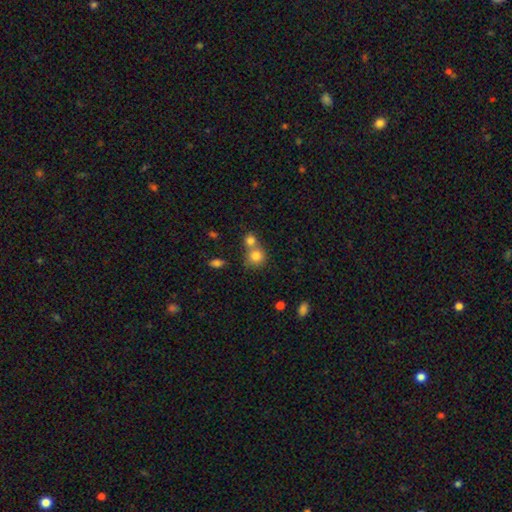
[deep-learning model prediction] Overall: smooth (80%). How rounded: round (84%). Merging: merger (46%; none 43%).